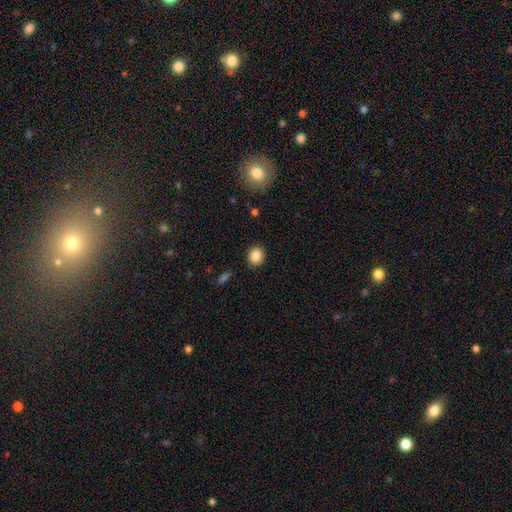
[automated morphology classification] Overall: smooth (86%). How rounded: round (77%). Merging: none (90%).